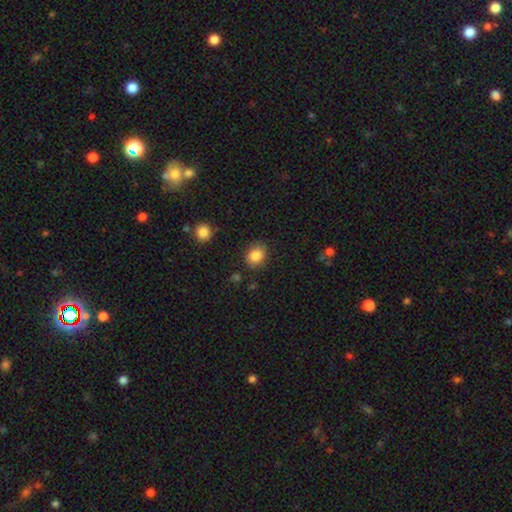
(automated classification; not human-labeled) Q: Smooth or featured?
A: smooth (85%); runner-up: star or artifact (10%)
Q: How rounded?
A: round (58%); runner-up: in between (41%)
Q: Merging?
A: none (82%); runner-up: minor disturbance (13%)